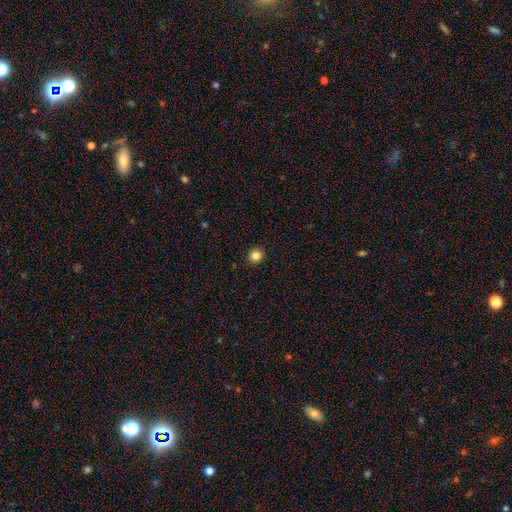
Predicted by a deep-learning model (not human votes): The model was most divided on "smooth or featured": smooth: 84%, star or artifact: 12%, featured or disk: 4%. More confident: how rounded — round (93%); merging — none (93%).